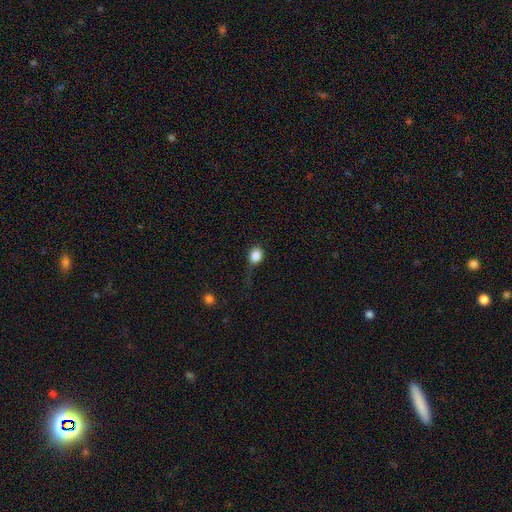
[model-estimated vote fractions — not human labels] smooth_or_featured: smooth (p=0.84) [alt: star or artifact p=0.10]
how_rounded: round (p=0.56) [alt: in between p=0.42]
merging: none (p=0.52) [alt: minor disturbance p=0.28]